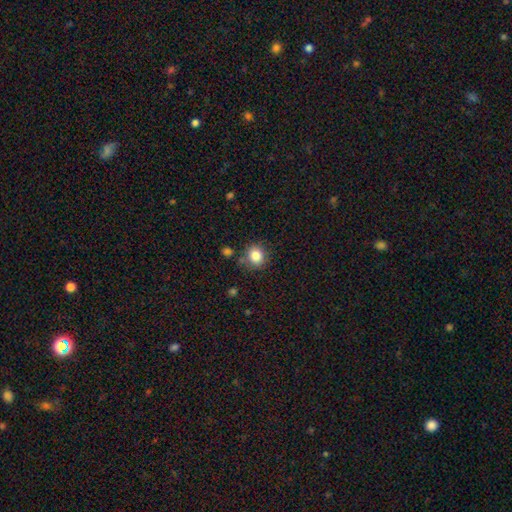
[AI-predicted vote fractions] This appears to be a smooth galaxy with no disk features (84%) that is round (84%). Merging: none (80%).